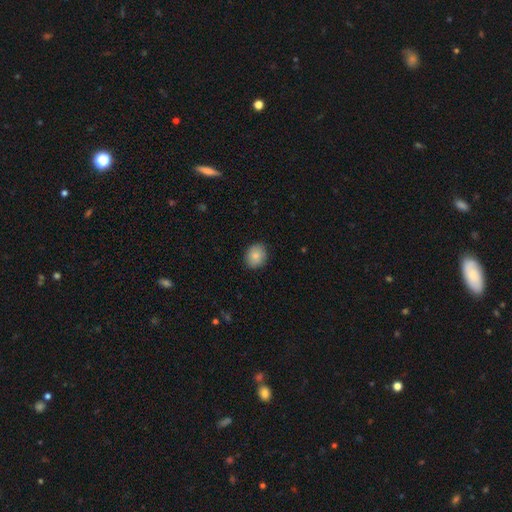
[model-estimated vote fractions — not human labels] Q: Smooth or featured?
A: smooth (85%); runner-up: star or artifact (8%)
Q: How rounded?
A: round (62%); runner-up: in between (37%)
Q: Merging?
A: none (87%); runner-up: minor disturbance (10%)